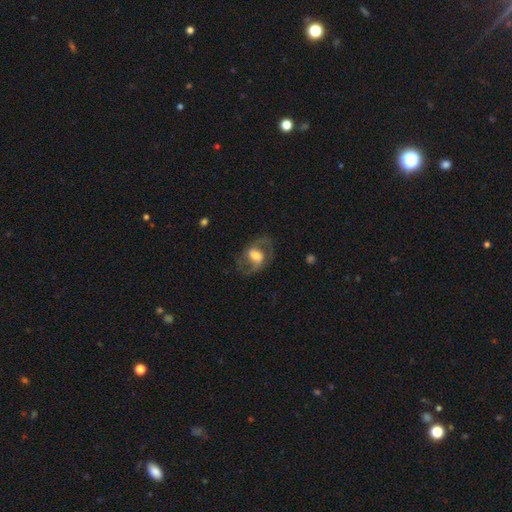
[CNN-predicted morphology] A featured or disk galaxy (64%) with a weak bar (40%), spiral arms (75%) and a moderate central bulge (50%).

Vote fractions:
- Smooth or featured? featured or disk: 64% / smooth: 29% / star or artifact: 7%
- Edge-on disk? no: 95% / yes: 5%
- Bar? weak: 40% / no: 37% / strong: 23%
- Spiral arms? yes: 75% / no: 25%
- Bulge size? moderate: 50% / large: 26% / small: 18% / dominant: 3% / none: 3%
- Merging? none: 64% / major disturbance: 17% / minor disturbance: 17% / merger: 2%